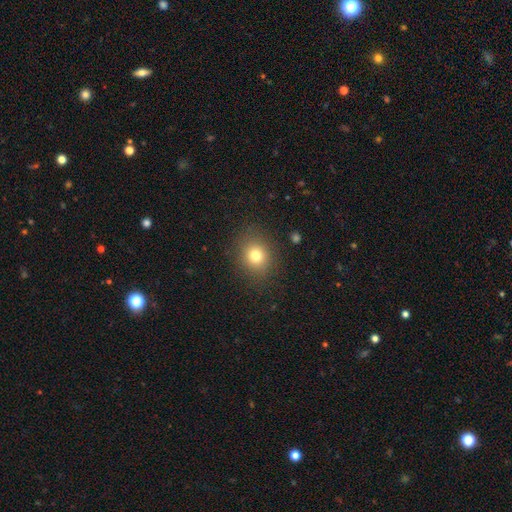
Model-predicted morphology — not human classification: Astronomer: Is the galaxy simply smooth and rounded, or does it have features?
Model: smooth — 77%.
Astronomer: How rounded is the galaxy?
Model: round — 72%.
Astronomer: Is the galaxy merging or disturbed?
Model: none — 87%.